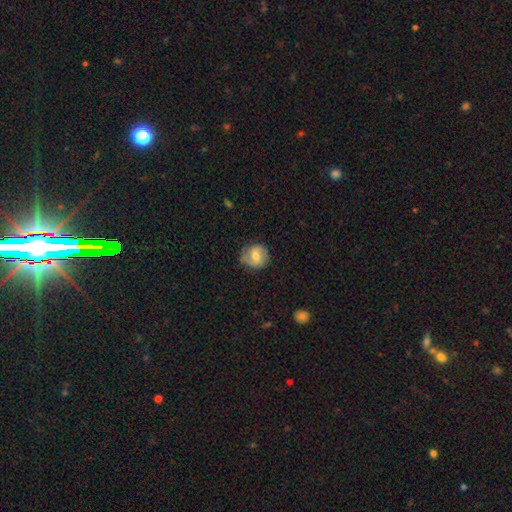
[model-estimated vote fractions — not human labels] smooth-or-featured: smooth: 50% | featured or disk: 43% | star or artifact: 7%
  merging: none: 69% | minor disturbance: 23% | major disturbance: 7% | merger: 1%